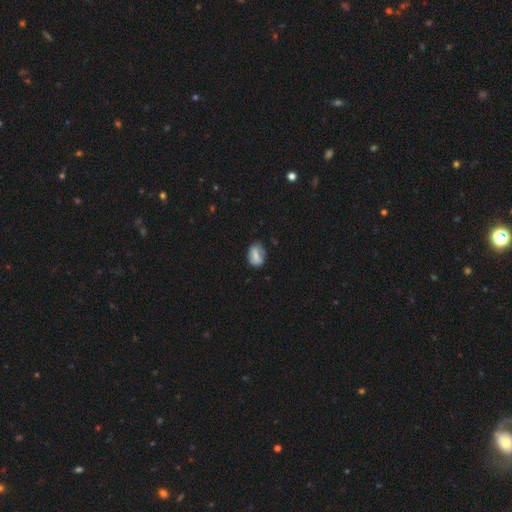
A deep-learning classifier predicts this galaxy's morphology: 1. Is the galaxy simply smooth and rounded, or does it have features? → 65% smooth, 27% featured or disk, 8% star or artifact.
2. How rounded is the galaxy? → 79% in between, 19% round, 3% cigar-shaped.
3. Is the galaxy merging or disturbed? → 67% none, 24% minor disturbance, 6% major disturbance, 2% merger.